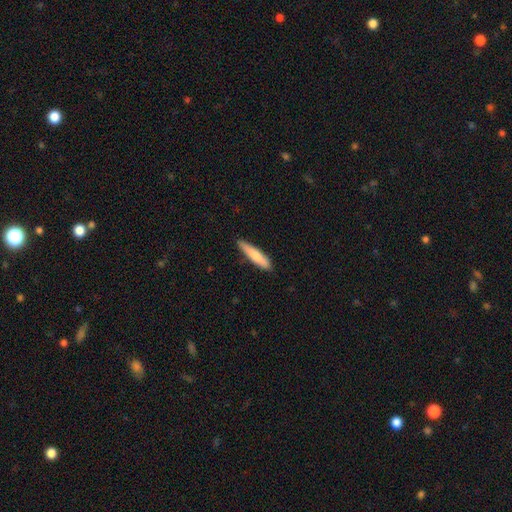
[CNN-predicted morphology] smooth-or-featured: smooth: 79% | featured or disk: 16% | star or artifact: 5%
  how-rounded: cigar-shaped: 87% | in between: 12% | round: 1%
  merging: none: 82% | minor disturbance: 15% | major disturbance: 2% | merger: 1%